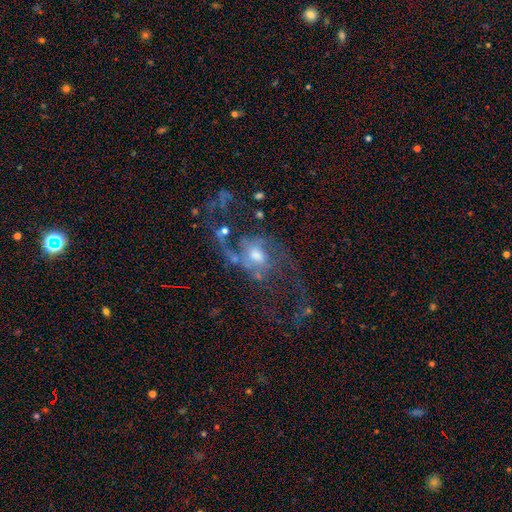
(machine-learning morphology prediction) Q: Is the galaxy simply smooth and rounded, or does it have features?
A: featured or disk — 79%.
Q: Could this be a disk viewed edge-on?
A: no — 96%.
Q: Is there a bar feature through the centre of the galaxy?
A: no — 54%.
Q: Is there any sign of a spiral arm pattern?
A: yes — 83%.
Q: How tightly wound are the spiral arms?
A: loose — 68%.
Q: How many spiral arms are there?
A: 2 — 68%.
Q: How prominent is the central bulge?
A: moderate — 59%.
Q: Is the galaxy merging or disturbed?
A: major disturbance — 39%.